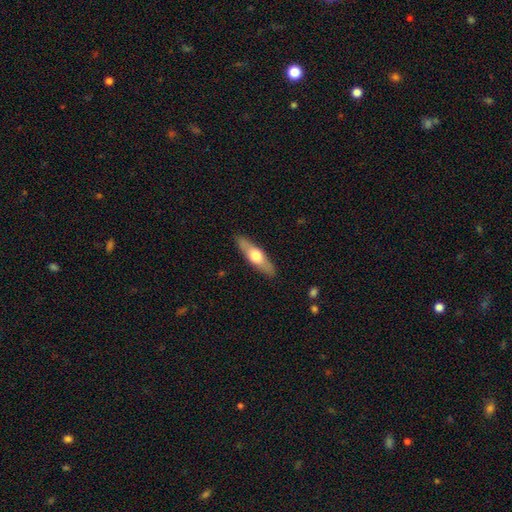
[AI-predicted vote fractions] This appears to be a featured or disk galaxy (48%). Merging: none (89%).